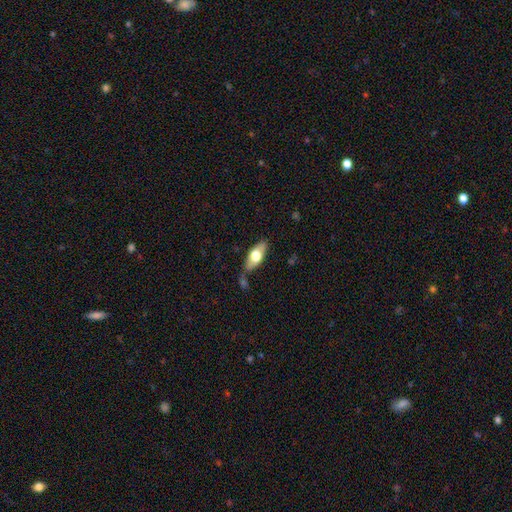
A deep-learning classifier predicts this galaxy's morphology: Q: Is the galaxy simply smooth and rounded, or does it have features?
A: smooth — 57%.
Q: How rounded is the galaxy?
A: in between — 77%.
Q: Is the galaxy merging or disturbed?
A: none — 64%.